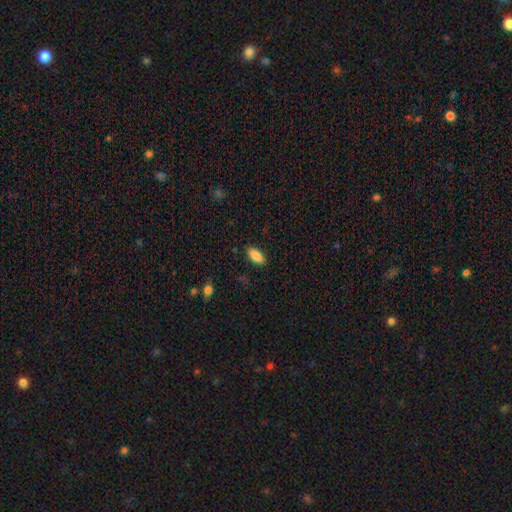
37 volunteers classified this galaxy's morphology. A smooth galaxy with no disk features (95%) that is in between round and cigar-shaped (94%).

Vote fractions:
- Smooth or featured? smooth: 95% / star or artifact: 5% / featured or disk: 0%
- How rounded? in between: 94% / cigar-shaped: 6% / round: 0%
- Merging? none: 89% / minor disturbance: 11% / major disturbance: 0% / merger: 0%